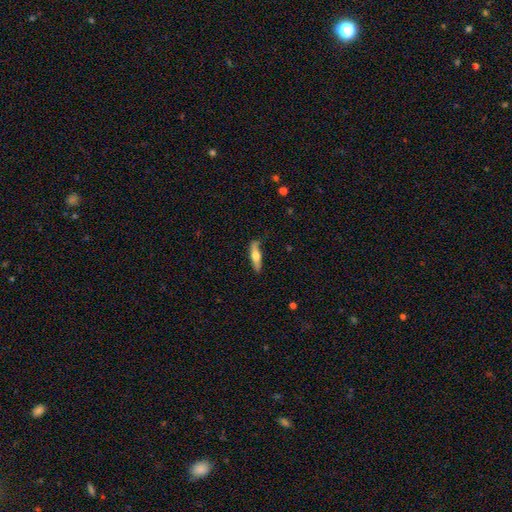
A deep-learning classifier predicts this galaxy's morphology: Smooth or featured?
  - smooth: 51% *
  - featured or disk: 43%
  - star or artifact: 5%
How rounded?
  - cigar-shaped: 71% *
  - in between: 27%
  - round: 2%
Merging?
  - none: 81% *
  - minor disturbance: 15%
  - major disturbance: 3%
  - merger: 1%